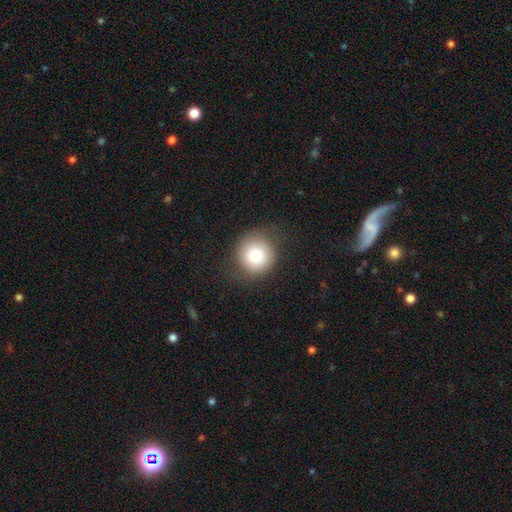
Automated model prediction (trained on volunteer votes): This is likely a smooth galaxy (79%). How rounded: clearly round (92%). Merging: likely none (79%).